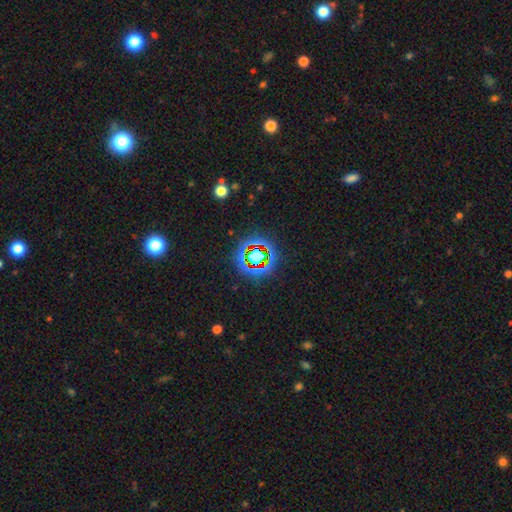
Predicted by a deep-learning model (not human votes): Smooth or featured: star or artifact — 67% (smooth — 21%)